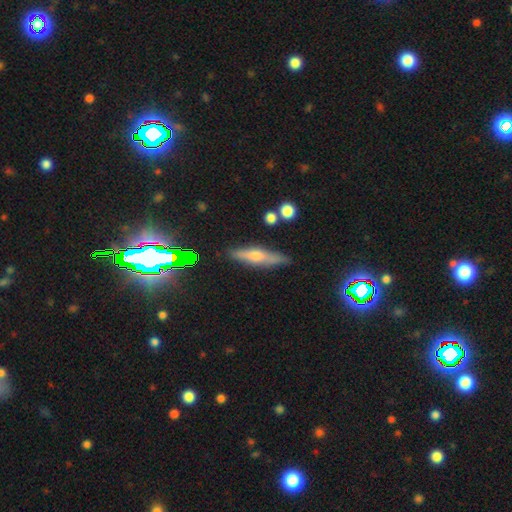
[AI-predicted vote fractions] This appears to be a featured or disk galaxy (47%). Merging: none (83%).